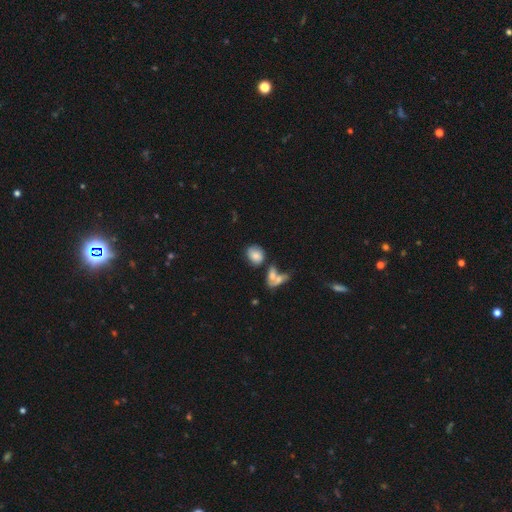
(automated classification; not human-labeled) Overall: smooth (74%). How rounded: in between (54%; round 44%). Merging: none (50%; merger 24%).